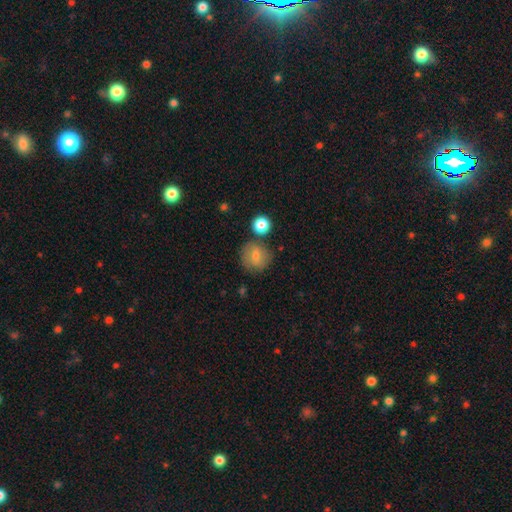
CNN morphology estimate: smooth_or_featured: smooth (p=0.75) [alt: featured or disk p=0.15]
how_rounded: round (p=0.85) [alt: in between p=0.14]
merging: none (p=0.71) [alt: minor disturbance p=0.15]